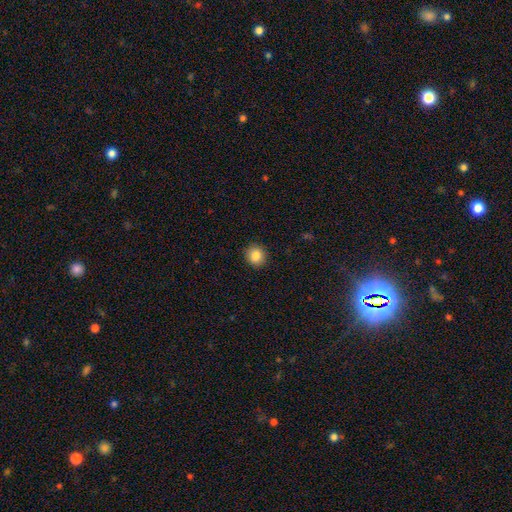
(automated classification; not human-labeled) smooth_or_featured: smooth (p=0.85) [alt: star or artifact p=0.10]
how_rounded: round (p=0.89) [alt: in between p=0.10]
merging: none (p=0.91) [alt: minor disturbance p=0.06]